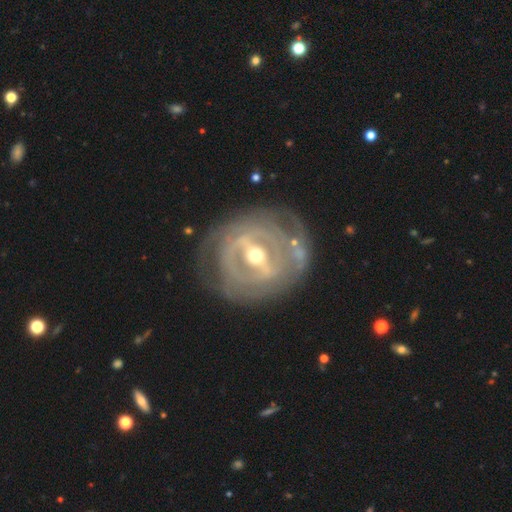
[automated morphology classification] A featured or disk galaxy (86%) with a strong bar (61%), tight (72%) spiral arms (70%) and a moderate central bulge (68%). Merging: none (71%).